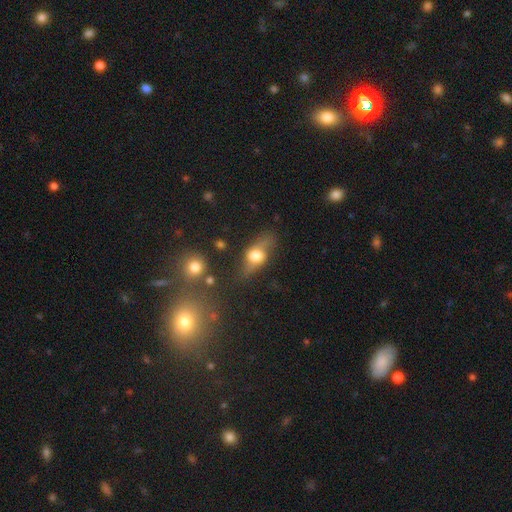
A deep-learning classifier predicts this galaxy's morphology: smooth-or-featured: smooth: 49% | featured or disk: 41% | star or artifact: 10%
  merging: none: 58% | minor disturbance: 23% | major disturbance: 14% | merger: 5%